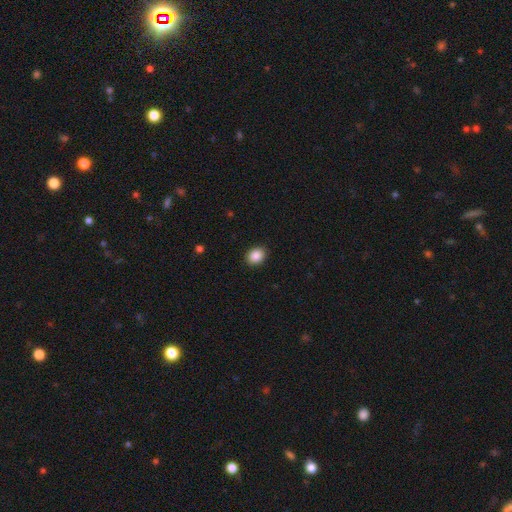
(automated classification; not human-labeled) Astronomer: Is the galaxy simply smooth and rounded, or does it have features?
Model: smooth — 88%.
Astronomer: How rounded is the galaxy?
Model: in between — 51% (runner-up: round, 48%).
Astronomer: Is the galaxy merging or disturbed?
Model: none — 90%.